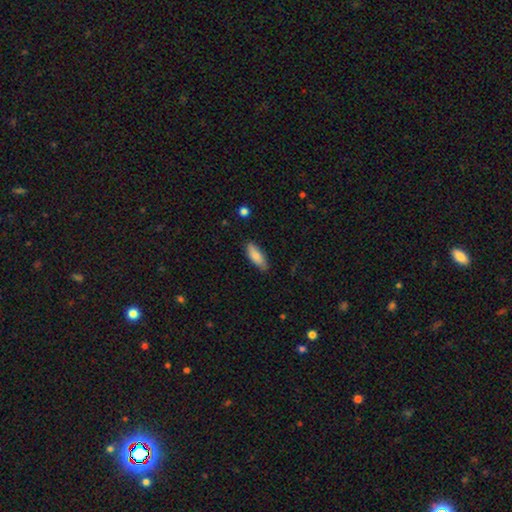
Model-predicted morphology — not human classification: Smooth or featured? smooth (83%)
How rounded? in between (68%)
Merging? none (81%)